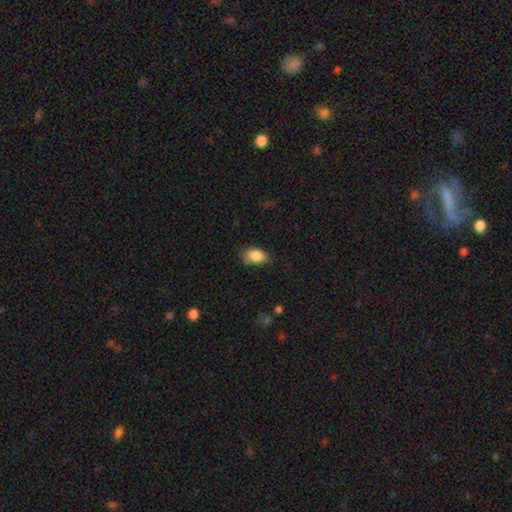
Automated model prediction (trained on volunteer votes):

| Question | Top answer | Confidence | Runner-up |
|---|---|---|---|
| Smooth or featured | smooth | 87% | star or artifact (7%) |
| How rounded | in between | 87% | round (11%) |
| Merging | none | 66% | minor disturbance (26%) |